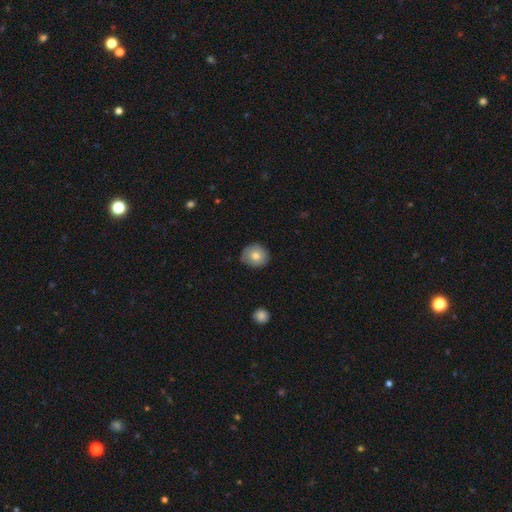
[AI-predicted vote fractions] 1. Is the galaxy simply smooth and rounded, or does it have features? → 77% smooth, 15% featured or disk, 8% star or artifact.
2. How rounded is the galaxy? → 85% round, 14% in between, 1% cigar-shaped.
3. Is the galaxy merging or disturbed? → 79% none, 17% minor disturbance, 2% major disturbance, 1% merger.